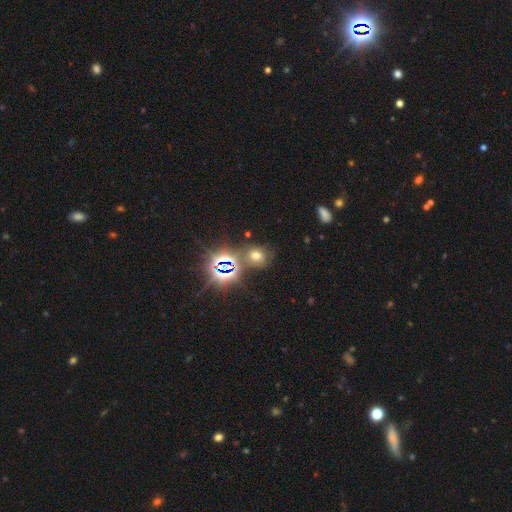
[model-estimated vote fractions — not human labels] Morphology: type=smooth (47%); merging=none (70%).